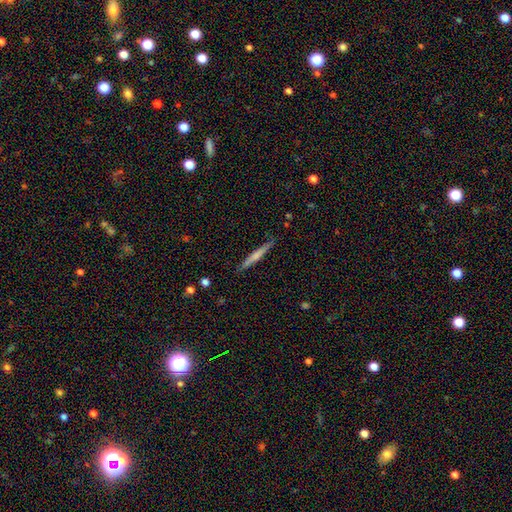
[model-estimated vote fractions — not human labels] Smooth or featured? Predicted: smooth (p=0.53). How rounded? Predicted: cigar-shaped (p=0.96). Merging? Predicted: none (p=0.88).